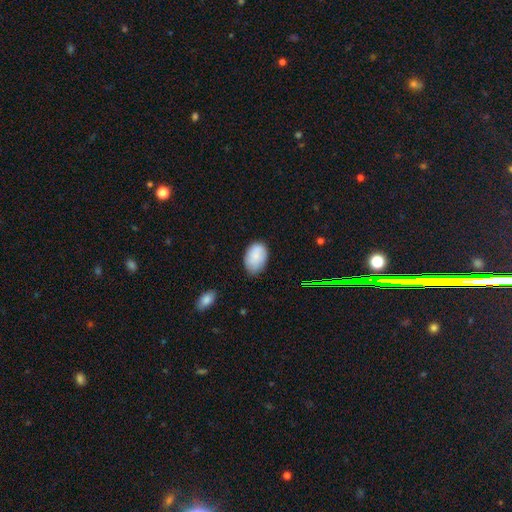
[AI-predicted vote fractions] Smooth or featured: smooth — 82% (featured or disk — 10%)
How rounded: in between — 88% (round — 11%)
Merging: none — 66% (minor disturbance — 28%)